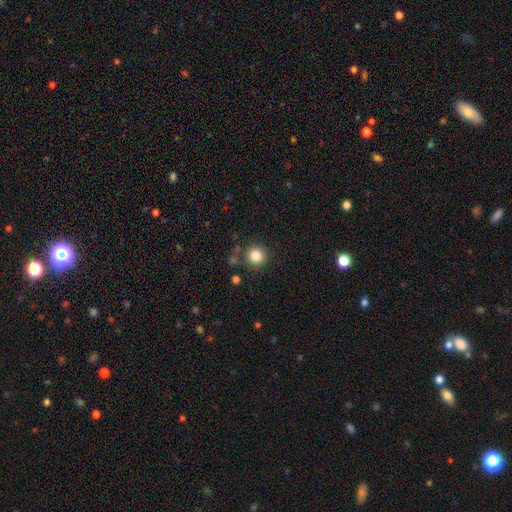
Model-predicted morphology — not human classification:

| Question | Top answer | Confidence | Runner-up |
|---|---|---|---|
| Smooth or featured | smooth | 83% | star or artifact (11%) |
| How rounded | round | 94% | in between (5%) |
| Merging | none | 84% | minor disturbance (8%) |